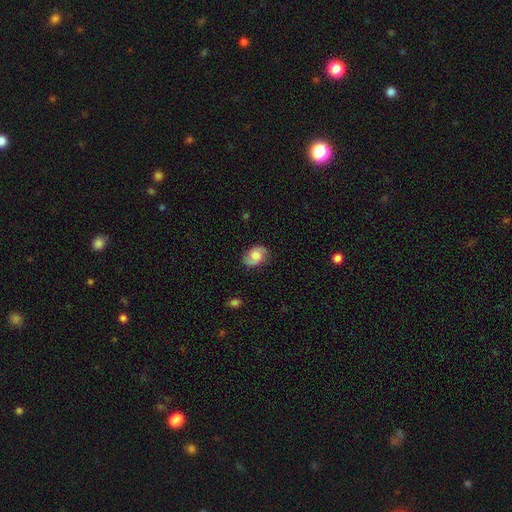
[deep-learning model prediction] Smooth or featured: featured or disk — 57% (smooth — 35%)
Edge-on disk: no — 97% (yes — 3%)
Bar: no — 60% (weak — 34%)
Spiral arms: yes — 91% (no — 9%)
Spiral winding: medium — 44% (loose — 35%)
Spiral arm count: 2 — 87% (can't tell — 6%)
Bulge size: moderate — 61% (small — 20%)
Merging: none — 79% (minor disturbance — 16%)